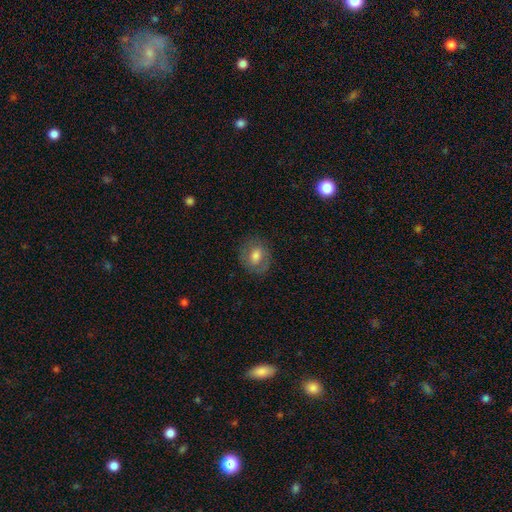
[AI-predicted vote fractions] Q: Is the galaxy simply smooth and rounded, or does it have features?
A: smooth — 64%.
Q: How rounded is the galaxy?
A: round — 58%.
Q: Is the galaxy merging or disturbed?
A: none — 80%.